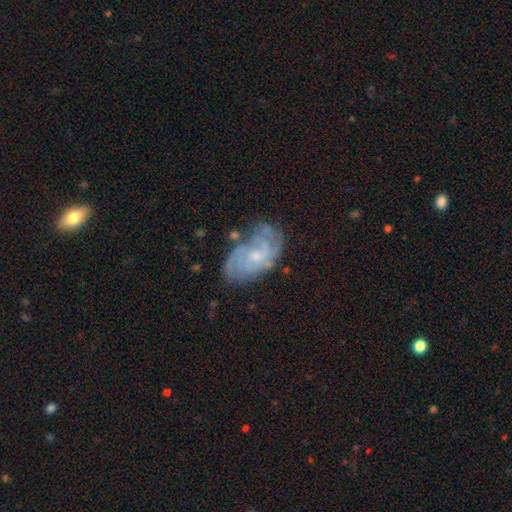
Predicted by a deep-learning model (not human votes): Q: Smooth or featured?
A: featured or disk (79%); runner-up: smooth (14%)
Q: Edge-on disk?
A: no (96%); runner-up: yes (4%)
Q: Bar?
A: no (69%); runner-up: weak (28%)
Q: Spiral arms?
A: yes (92%); runner-up: no (8%)
Q: Spiral winding?
A: tight (56%); runner-up: medium (34%)
Q: Spiral arm count?
A: can't tell (36%); runner-up: 2 (21%)
Q: Bulge size?
A: small (68%); runner-up: moderate (26%)
Q: Merging?
A: none (64%); runner-up: minor disturbance (23%)